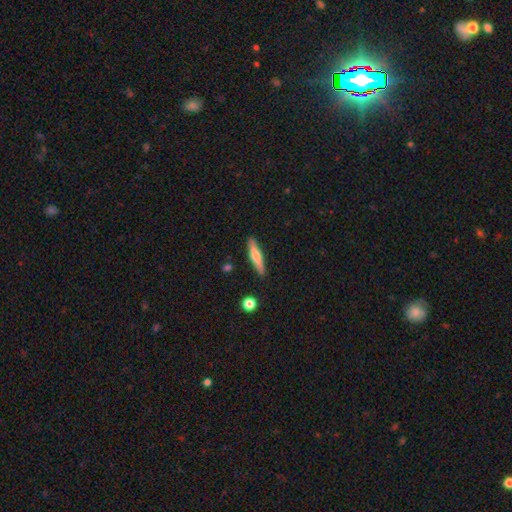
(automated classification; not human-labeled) Morphology: type=smooth (58%); roundness=cigar-shaped (88%); merging=none (88%).